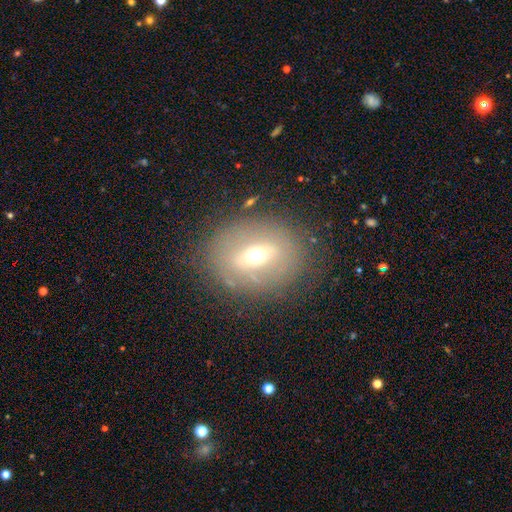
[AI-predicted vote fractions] The model was most divided on "smooth or featured": featured or disk: 52%, smooth: 37%, star or artifact: 12%. More confident: edge-on disk — no (83%); merging — none (78%).